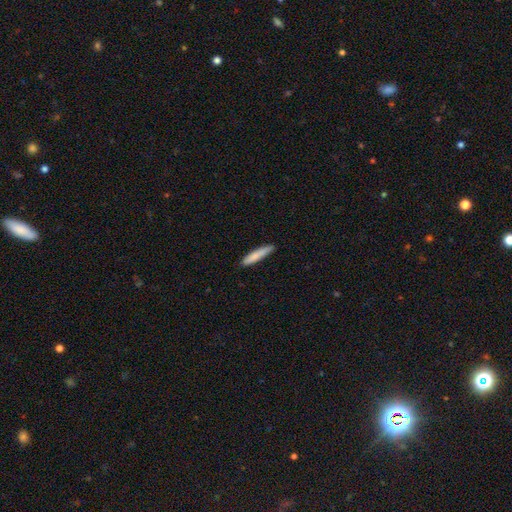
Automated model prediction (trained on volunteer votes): Q: Smooth or featured?
A: smooth (83%); runner-up: featured or disk (12%)
Q: How rounded?
A: cigar-shaped (89%); runner-up: in between (9%)
Q: Merging?
A: none (86%); runner-up: minor disturbance (11%)